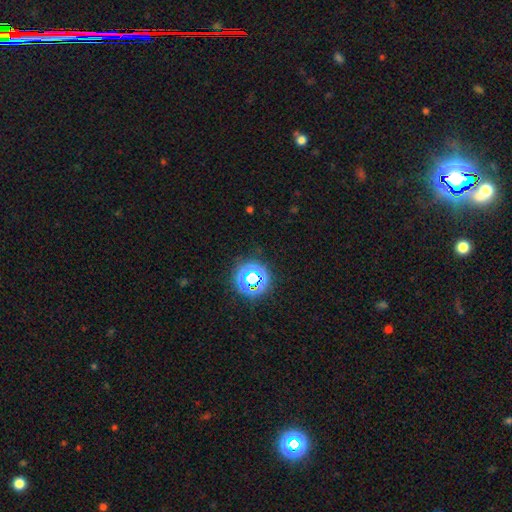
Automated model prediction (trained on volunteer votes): Smooth or featured? Predicted: star or artifact (p=0.59).